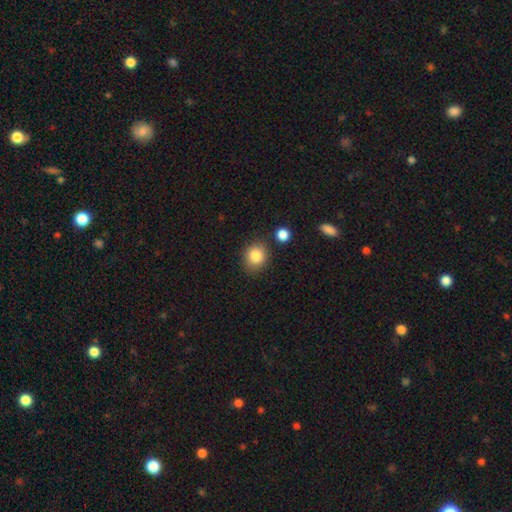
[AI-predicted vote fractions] A smooth galaxy with no disk features (84%) that is round (70%).

Vote fractions:
- Smooth or featured? smooth: 84% / star or artifact: 10% / featured or disk: 6%
- How rounded? round: 70% / in between: 29% / cigar-shaped: 1%
- Merging? none: 82% / minor disturbance: 11% / merger: 4% / major disturbance: 3%